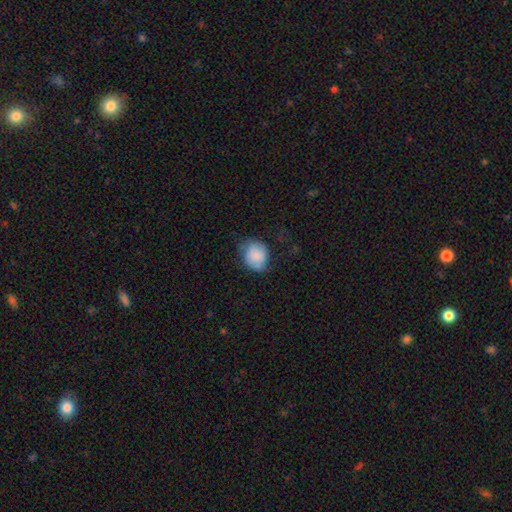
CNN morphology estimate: The model was most divided on "merging": none: 50%, minor disturbance: 33%, major disturbance: 15%, merger: 2%. More confident: smooth or featured — smooth (78%); how rounded — round (61%).